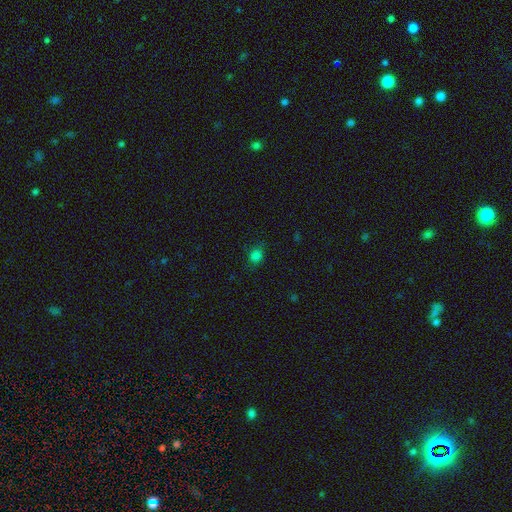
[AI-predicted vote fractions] Overall: smooth (78%). How rounded: round (64%; in between 35%). Merging: none (77%).